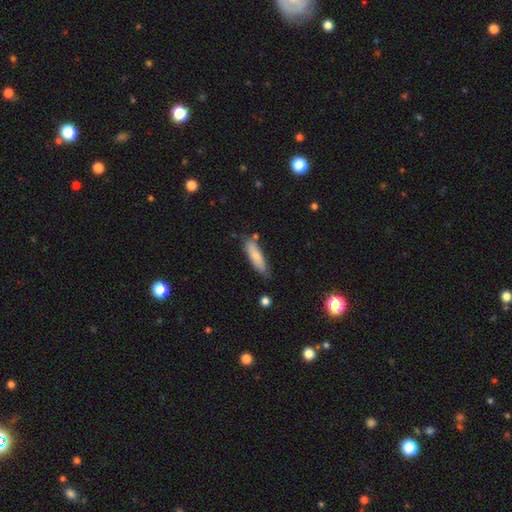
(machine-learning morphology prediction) A smooth galaxy with no disk features (76%) that is cigar-shaped (62%).

Vote fractions:
- Smooth or featured? smooth: 76% / featured or disk: 18% / star or artifact: 6%
- How rounded? cigar-shaped: 62% / in between: 36% / round: 2%
- Merging? none: 71% / minor disturbance: 20% / merger: 5% / major disturbance: 4%